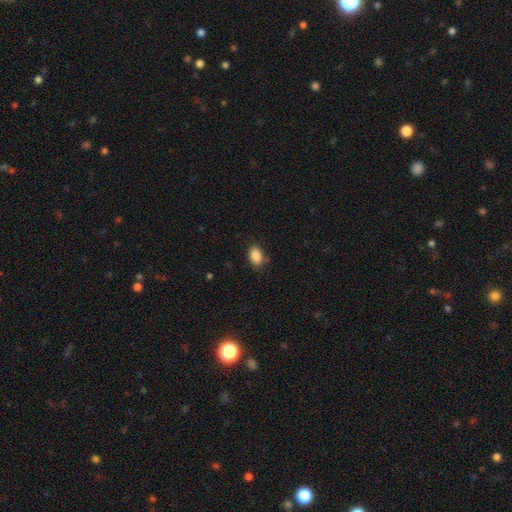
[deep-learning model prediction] A smooth galaxy with no disk features (88%) that is in between round and cigar-shaped (84%). Merging: none (81%).